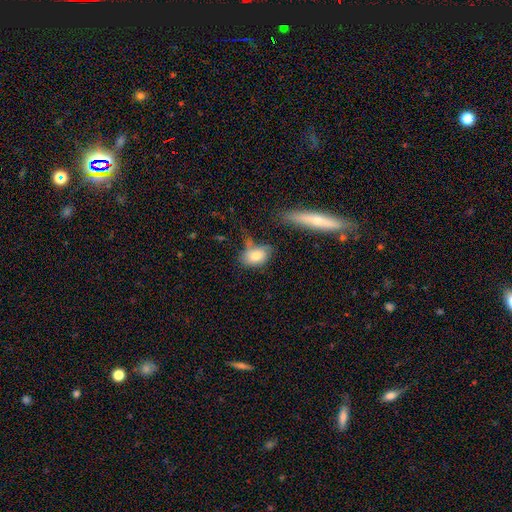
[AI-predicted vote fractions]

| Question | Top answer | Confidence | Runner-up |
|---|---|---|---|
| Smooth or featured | smooth | 76% | featured or disk (16%) |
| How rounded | in between | 82% | round (14%) |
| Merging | none | 49% | minor disturbance (24%) |